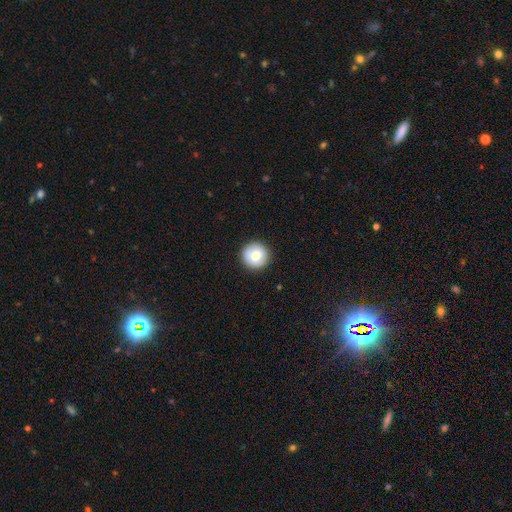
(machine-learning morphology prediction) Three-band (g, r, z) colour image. It shows a smooth galaxy with no disk features (68%) that is round (96%). Merging: none (91%).